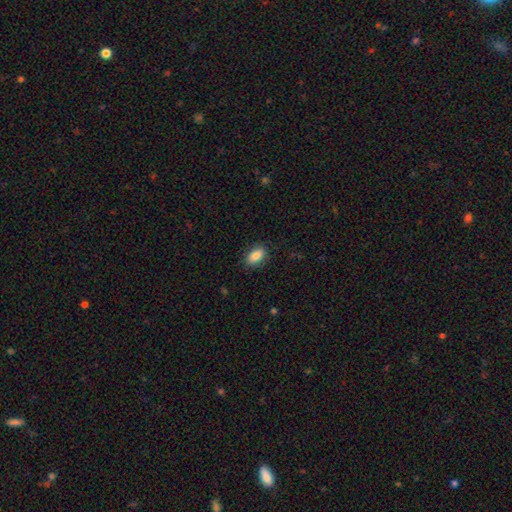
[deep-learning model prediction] smooth_or_featured: smooth (p=0.85) [alt: star or artifact p=0.08]
how_rounded: in between (p=0.89) [alt: round p=0.09]
merging: none (p=0.85) [alt: minor disturbance p=0.11]